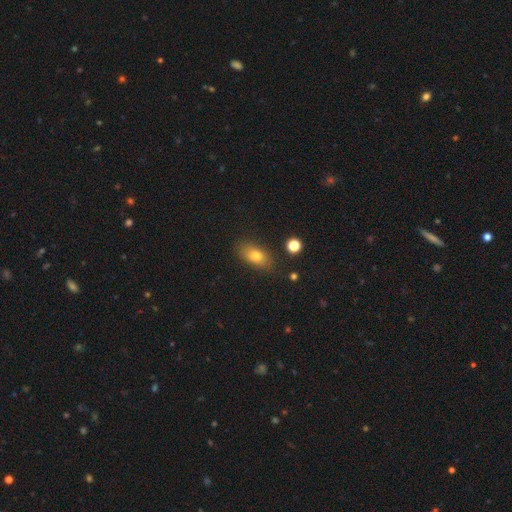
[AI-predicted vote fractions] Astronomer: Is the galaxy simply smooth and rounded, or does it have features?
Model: smooth — 77%.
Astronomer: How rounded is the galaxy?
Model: in between — 83%.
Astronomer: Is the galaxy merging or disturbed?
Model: none — 80%.